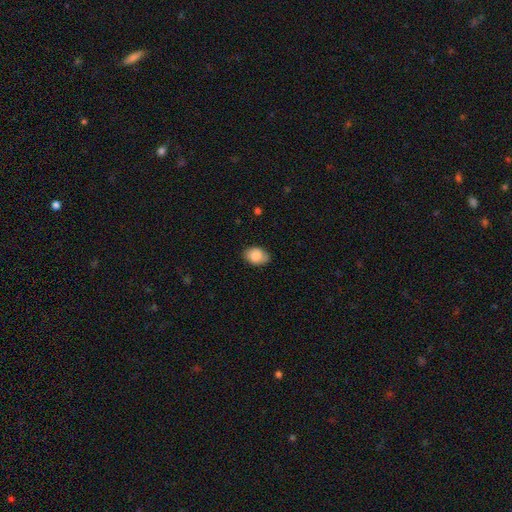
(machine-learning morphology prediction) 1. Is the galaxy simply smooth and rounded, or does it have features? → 84% smooth, 9% featured or disk, 7% star or artifact.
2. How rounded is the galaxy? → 80% in between, 19% round, 1% cigar-shaped.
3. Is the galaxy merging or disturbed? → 77% none, 18% minor disturbance, 3% major disturbance, 1% merger.